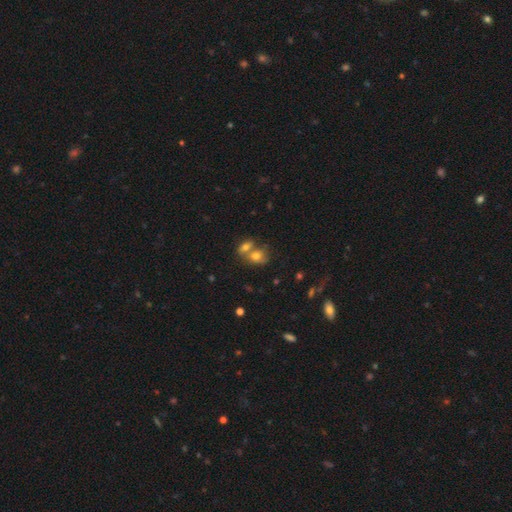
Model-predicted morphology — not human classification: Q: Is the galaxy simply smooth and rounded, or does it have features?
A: smooth — 71%.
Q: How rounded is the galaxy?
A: in between — 58%.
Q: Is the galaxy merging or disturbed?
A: merger — 55%.